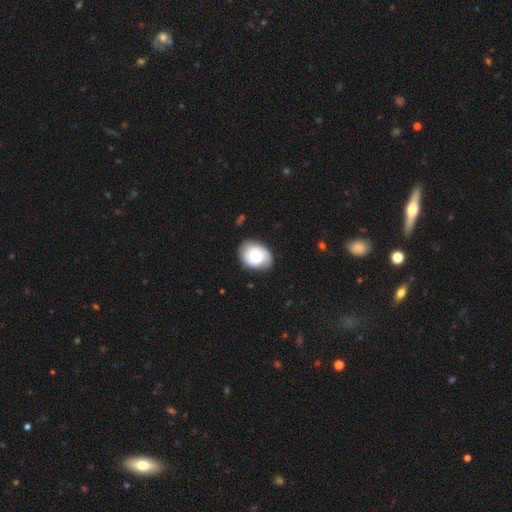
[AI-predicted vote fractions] This is possibly a smooth galaxy (53%). How rounded: possibly in between (55%). Merging: likely none (78%).